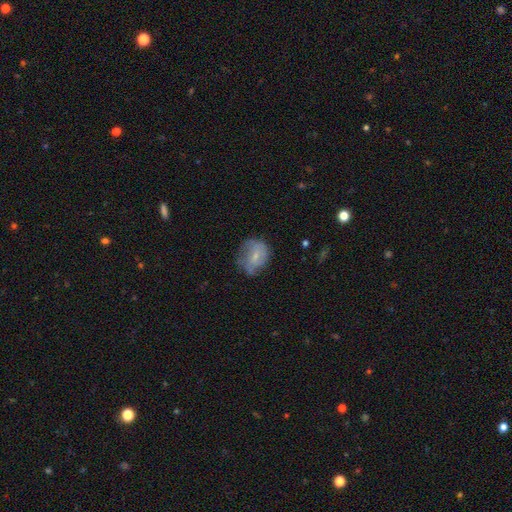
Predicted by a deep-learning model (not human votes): This is possibly a smooth galaxy (48%). Merging: possibly none (50%).